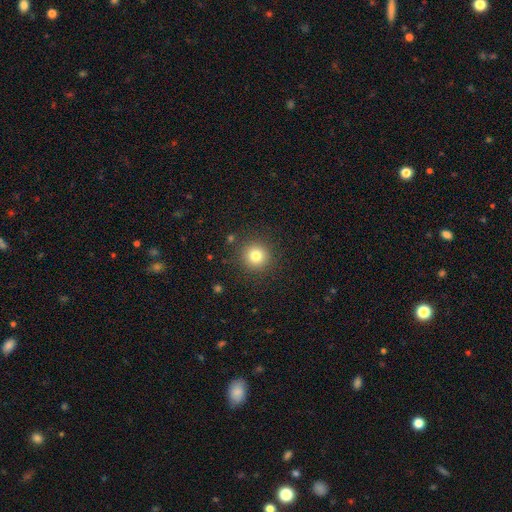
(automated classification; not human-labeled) This appears to be a smooth galaxy with no disk features (80%) that is round (95%). Merging: none (89%).